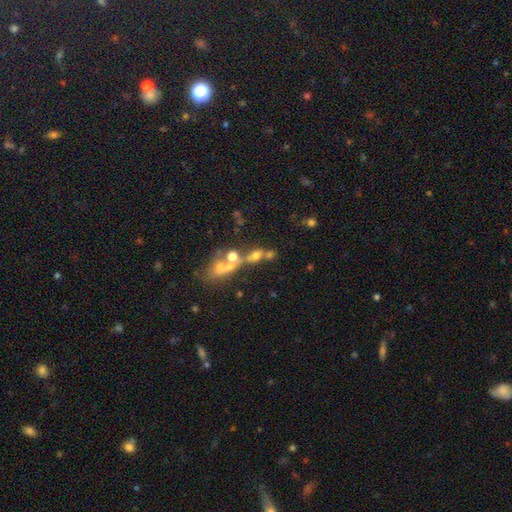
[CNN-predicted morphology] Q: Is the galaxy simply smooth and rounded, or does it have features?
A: smooth — 37%.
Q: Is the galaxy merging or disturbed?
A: merger — 48%.